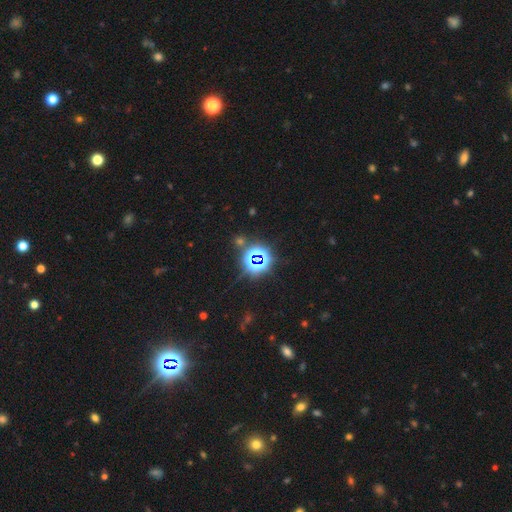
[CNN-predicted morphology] Smooth or featured: star or artifact — 81% (smooth — 12%)